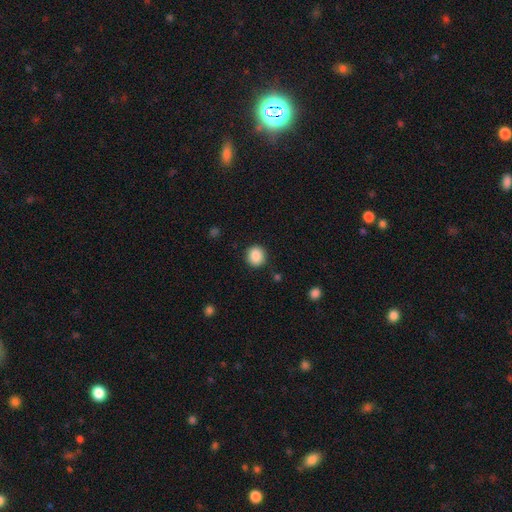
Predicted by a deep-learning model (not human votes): The model was most divided on "how rounded": round: 88%, in between: 11%, cigar-shaped: 1%. More confident: merging — none (89%); smooth or featured — smooth (88%).